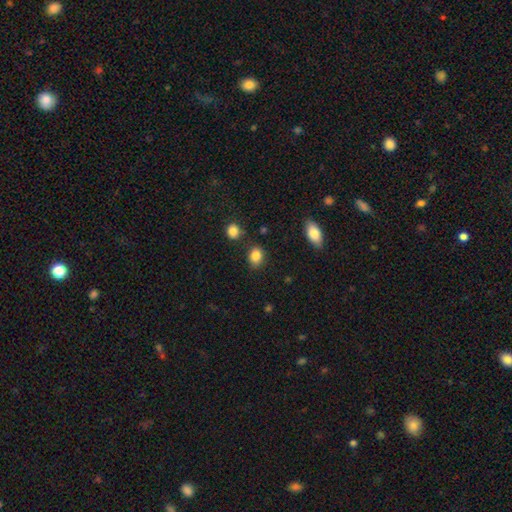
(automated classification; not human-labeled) smooth_or_featured: smooth (p=0.85) [alt: star or artifact p=0.10]
how_rounded: in between (p=0.53) [alt: round p=0.46]
merging: none (p=0.81) [alt: minor disturbance p=0.12]